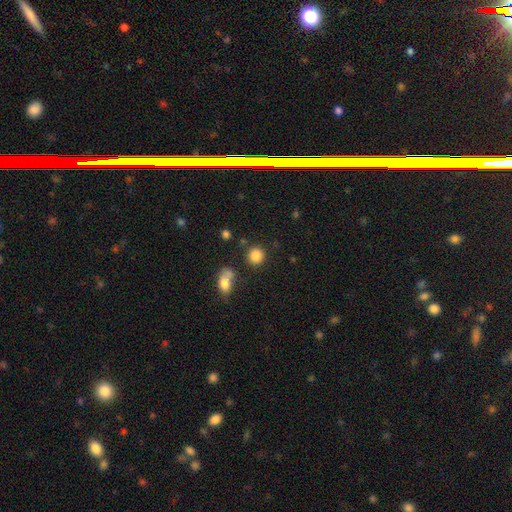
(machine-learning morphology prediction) Smooth or featured: smooth — 85% (star or artifact — 10%)
How rounded: round — 89% (in between — 10%)
Merging: none — 80% (minor disturbance — 9%)